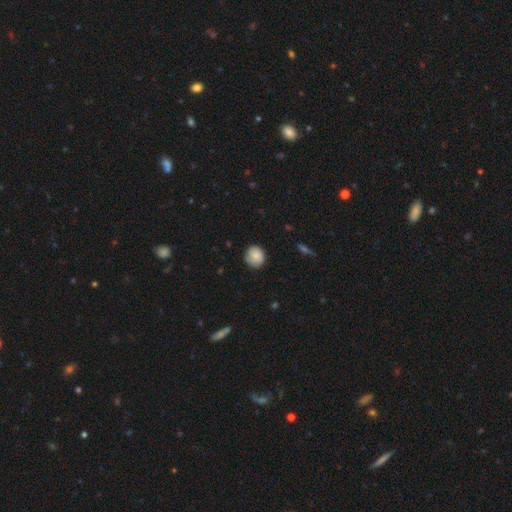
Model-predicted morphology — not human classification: Smooth or featured? Predicted: smooth (p=0.83). How rounded? Predicted: round (p=0.82). Merging? Predicted: none (p=0.78).